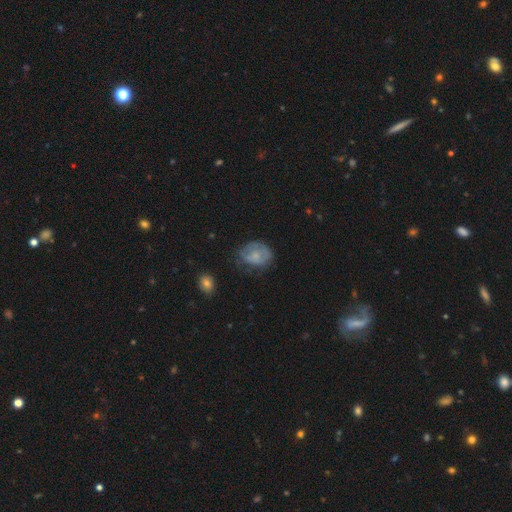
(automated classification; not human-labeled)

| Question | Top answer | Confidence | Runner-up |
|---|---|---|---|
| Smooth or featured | smooth | 56% | featured or disk (35%) |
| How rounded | in between | 54% | round (45%) |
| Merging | none | 51% | minor disturbance (31%) |